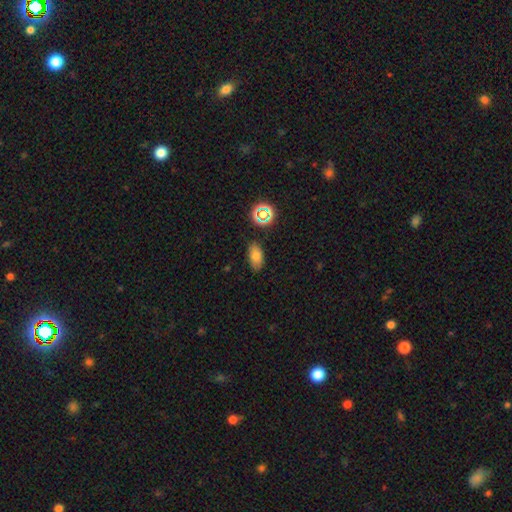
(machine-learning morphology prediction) smooth 75%, star or artifact 15%, featured or disk 10%. Down the decision tree: how rounded — in between (89%); merging — none (82%).